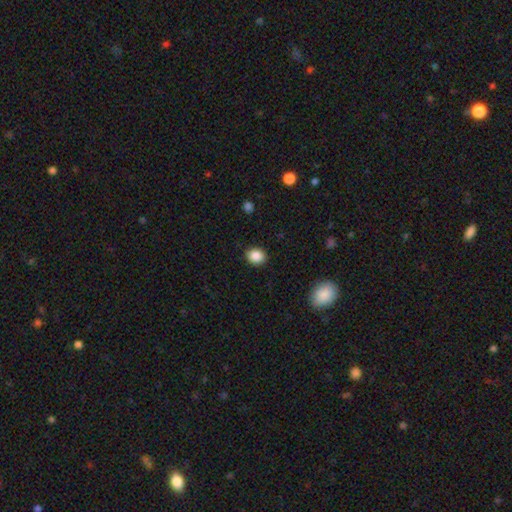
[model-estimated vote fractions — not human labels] smooth-or-featured: smooth: 87% | star or artifact: 9% | featured or disk: 4%
  how-rounded: round: 67% | in between: 32% | cigar-shaped: 1%
  merging: none: 88% | minor disturbance: 9% | major disturbance: 2% | merger: 1%